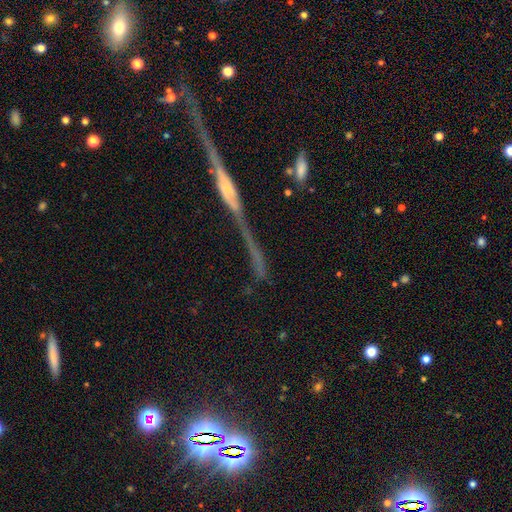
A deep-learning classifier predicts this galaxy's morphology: The model was most divided on "edge-on bulge": rounded: 70%, boxy: 19%, none: 11%. More confident: edge-on disk — yes (92%); smooth or featured — featured or disk (78%); merging — none (75%).